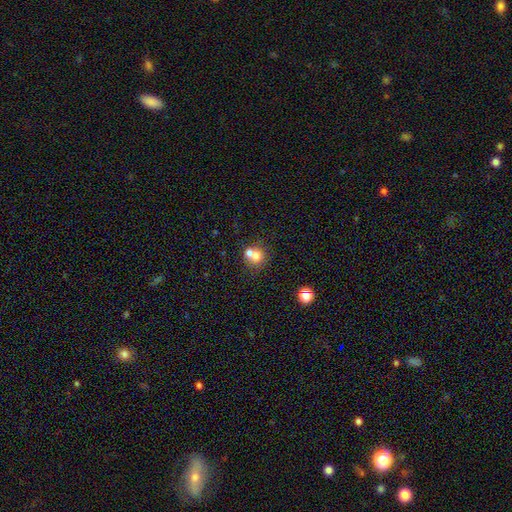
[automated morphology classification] smooth-or-featured: smooth: 69% | featured or disk: 18% | star or artifact: 13%
  how-rounded: round: 81% | in between: 18% | cigar-shaped: 1%
  merging: merger: 53% | none: 37% | minor disturbance: 7% | major disturbance: 3%